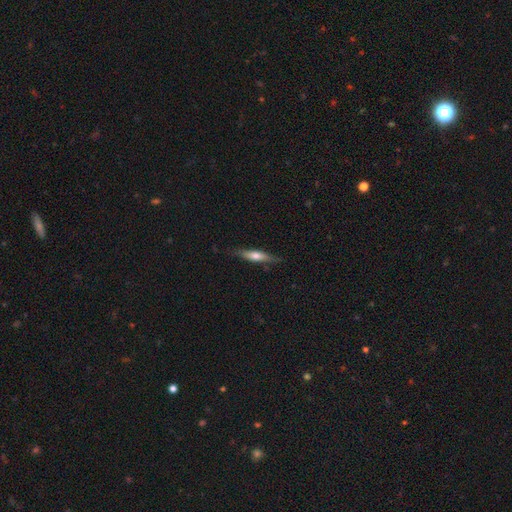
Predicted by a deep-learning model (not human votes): Smooth or featured: smooth — 47% (tied with featured or disk — 47%)
Merging: none — 82% (minor disturbance — 14%)